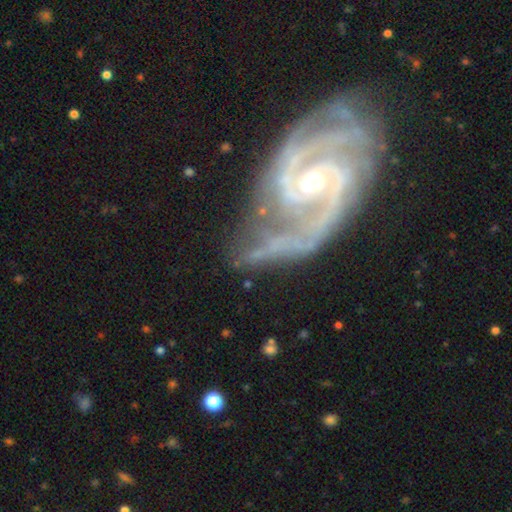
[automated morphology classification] Overall: featured or disk (80%). Edge-on disk: no (95%). Bar: no (41%; weak 38%). Spiral arms: yes (85%). Spiral arm count: 2 (61%). Spiral winding: medium (40%; tight 38%). Bulge size: moderate (50%; small 39%). Merging: none (40%; major disturbance 28%).